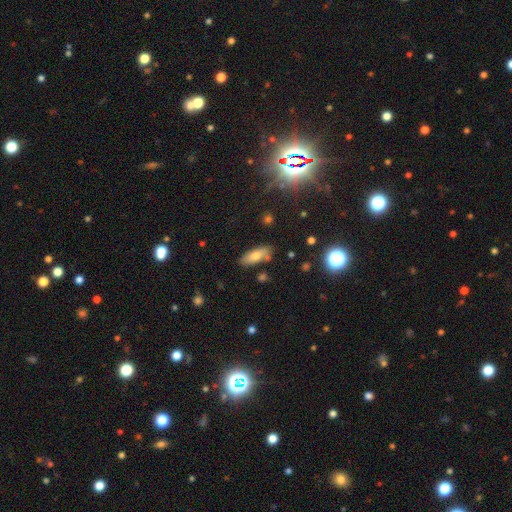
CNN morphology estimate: Smooth or featured? Predicted: smooth (p=0.66). How rounded? Predicted: in between (p=0.71). Merging? Predicted: none (p=0.76).